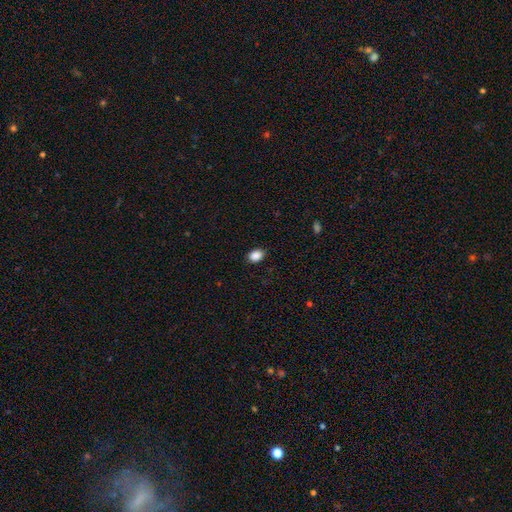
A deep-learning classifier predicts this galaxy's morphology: This is clearly a smooth galaxy (89%). How rounded: likely in between (78%). Merging: clearly none (88%).